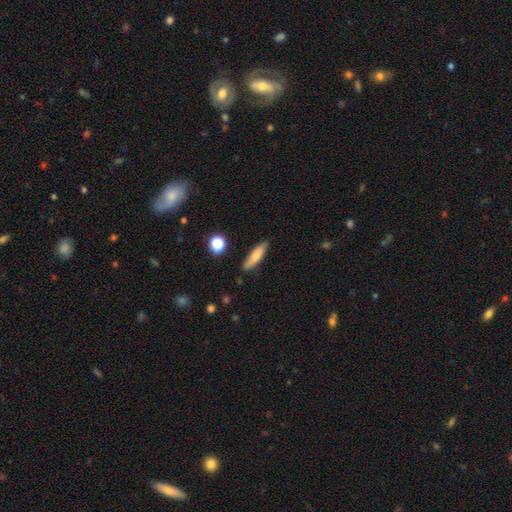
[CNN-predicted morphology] This is likely a smooth galaxy (72%). How rounded: likely cigar-shaped (70%). Merging: clearly none (83%).